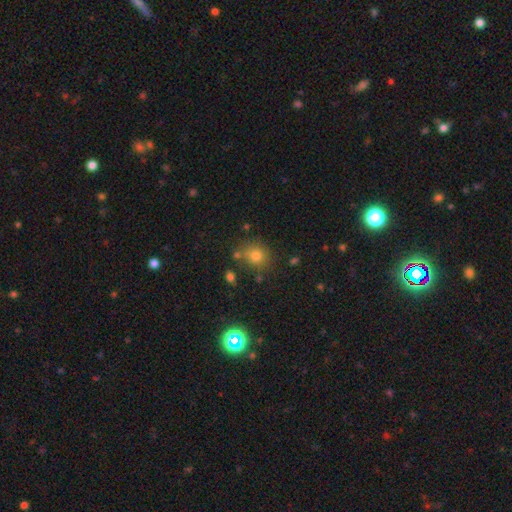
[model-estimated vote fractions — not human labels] A smooth galaxy with no disk features (75%) that is round (77%). Merging: none (72%).